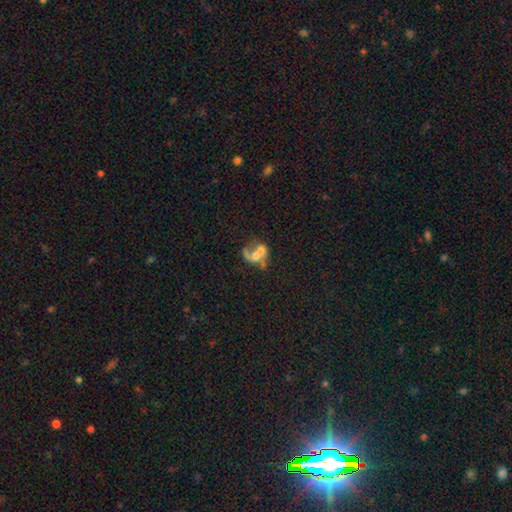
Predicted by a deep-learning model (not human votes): Morphology: type=featured or disk (55%); edge-on=no (97%); bar=no (71%); spiral arms=yes (54%); bulge=moderate (49%); merging=merger (57%).